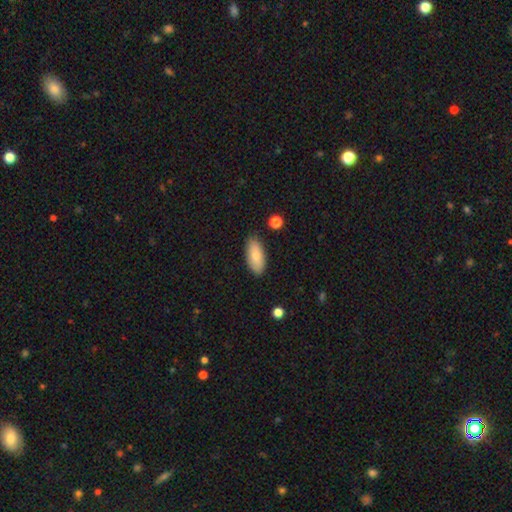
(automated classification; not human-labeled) Q: Smooth or featured?
A: smooth (83%); runner-up: featured or disk (11%)
Q: How rounded?
A: in between (87%); runner-up: cigar-shaped (11%)
Q: Merging?
A: none (85%); runner-up: minor disturbance (11%)